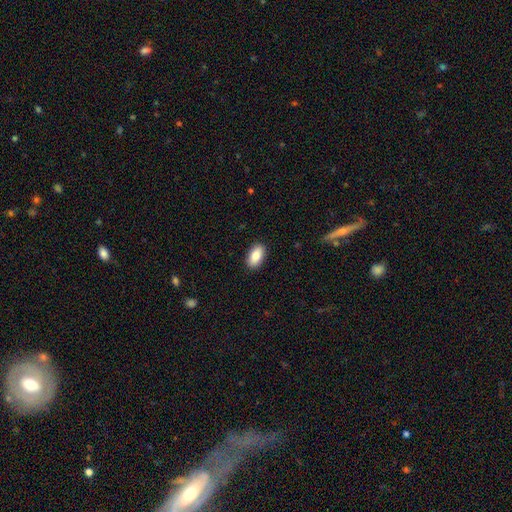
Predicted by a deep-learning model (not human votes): smooth-or-featured: smooth: 85% | featured or disk: 8% | star or artifact: 7%
  how-rounded: in between: 93% | round: 4% | cigar-shaped: 3%
  merging: none: 90% | minor disturbance: 7% | major disturbance: 2% | merger: 1%